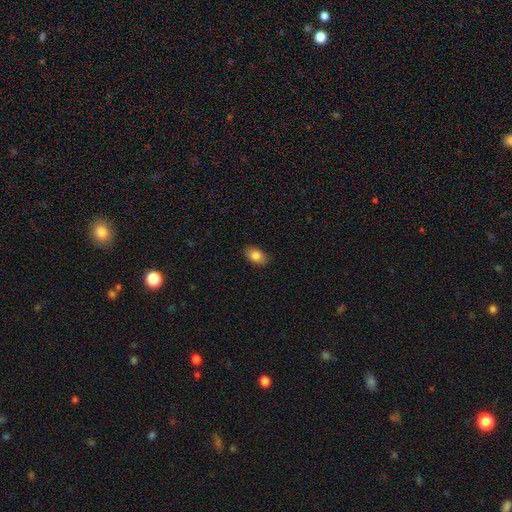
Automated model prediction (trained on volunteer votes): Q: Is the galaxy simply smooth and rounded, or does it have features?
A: smooth — 84%.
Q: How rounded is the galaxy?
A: in between — 91%.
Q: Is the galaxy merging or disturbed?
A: none — 88%.